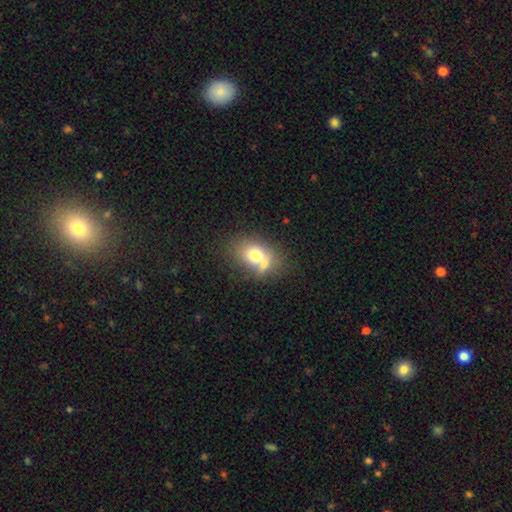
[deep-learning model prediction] smooth-or-featured: smooth: 70% | featured or disk: 20% | star or artifact: 10%
  how-rounded: in between: 61% | round: 38% | cigar-shaped: 1%
  merging: merger: 43% | none: 36% | minor disturbance: 14% | major disturbance: 8%